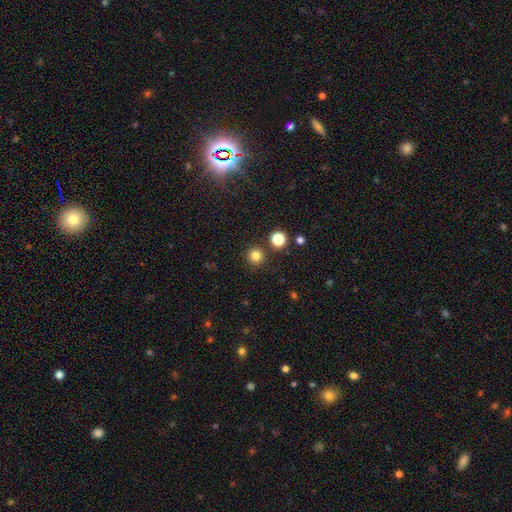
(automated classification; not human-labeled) Smooth or featured: smooth — 82% (star or artifact — 14%)
How rounded: round — 95% (in between — 4%)
Merging: none — 90% (minor disturbance — 5%)